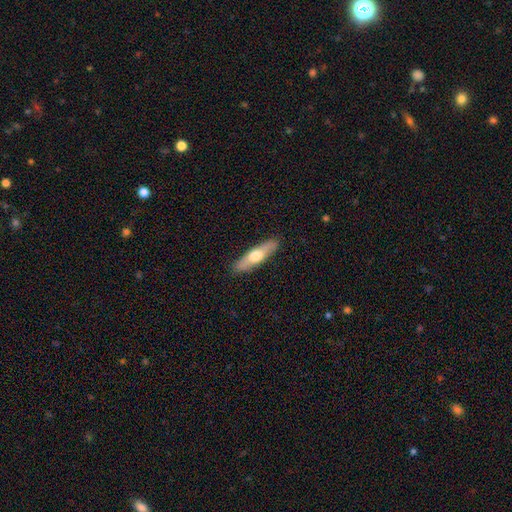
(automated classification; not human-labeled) Smooth or featured? Predicted: smooth (p=0.57). How rounded? Predicted: cigar-shaped (p=0.72). Merging? Predicted: none (p=0.89).